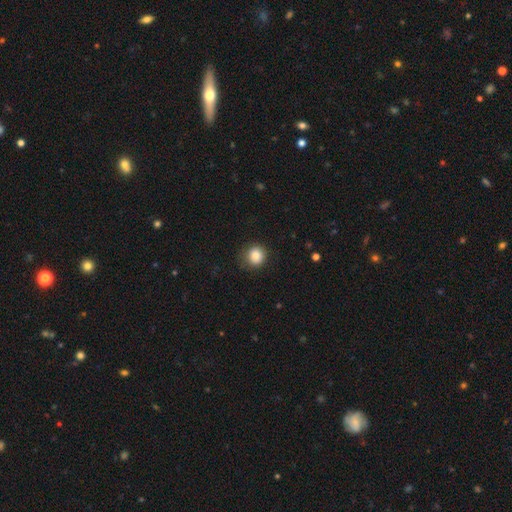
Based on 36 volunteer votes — Smooth or featured? 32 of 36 (89%) said smooth. How rounded? 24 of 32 (75%) said round. Merging? 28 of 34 (82%) said none.